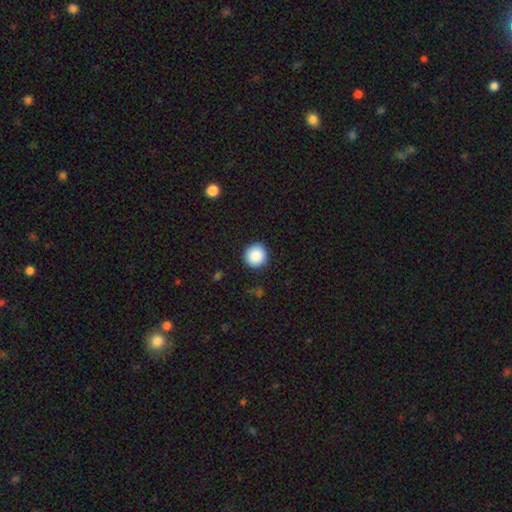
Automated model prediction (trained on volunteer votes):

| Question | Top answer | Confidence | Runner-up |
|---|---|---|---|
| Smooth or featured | smooth | 89% | star or artifact (8%) |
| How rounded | round | 95% | in between (4%) |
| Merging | none | 91% | minor disturbance (6%) |